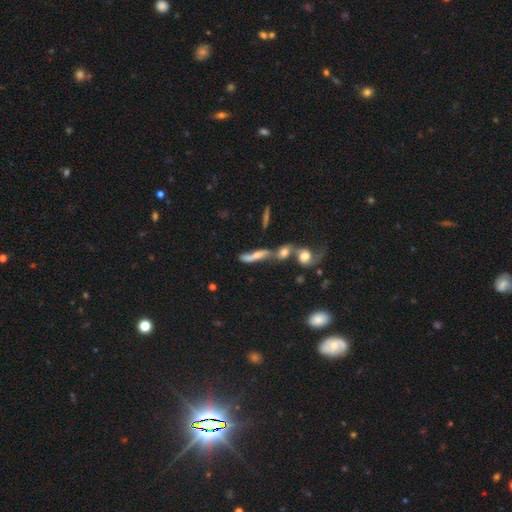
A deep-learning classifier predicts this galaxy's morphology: The model was most divided on "smooth or featured": featured or disk: 46%, smooth: 42%, star or artifact: 12%. More confident: merging — merger (54%).